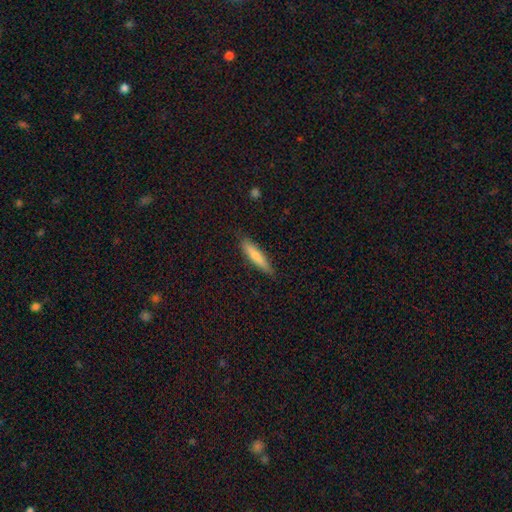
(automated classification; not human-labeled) A smooth galaxy with no disk features (71%) that is cigar-shaped (85%).

Vote fractions:
- Smooth or featured? smooth: 71% / featured or disk: 23% / star or artifact: 6%
- How rounded? cigar-shaped: 85% / in between: 14% / round: 1%
- Merging? none: 86% / minor disturbance: 11% / major disturbance: 2% / merger: 1%